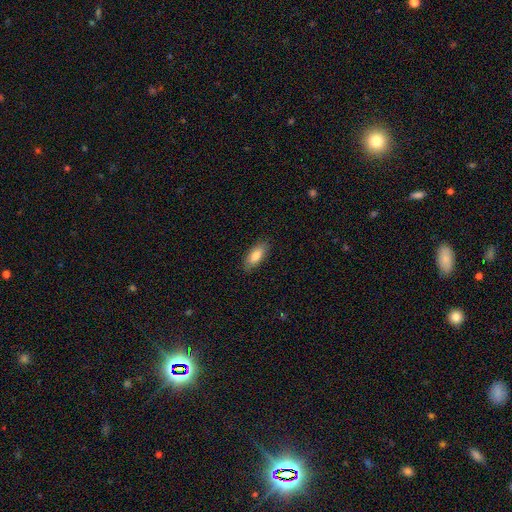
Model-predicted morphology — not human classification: Smooth or featured? smooth (81%)
How rounded? in between (86%)
Merging? none (86%)